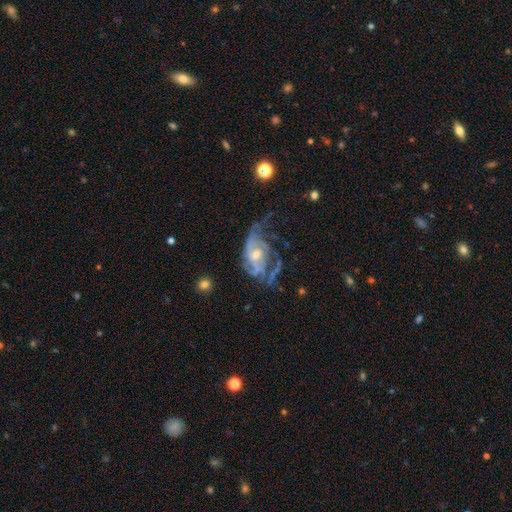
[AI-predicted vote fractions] Morphology: type=featured or disk (83%); edge-on=no (96%); bar=no (58%); spiral arms=yes (87%); winding=medium (41%); arm count=can't tell (35%); bulge=moderate (54%); merging=none (37%).